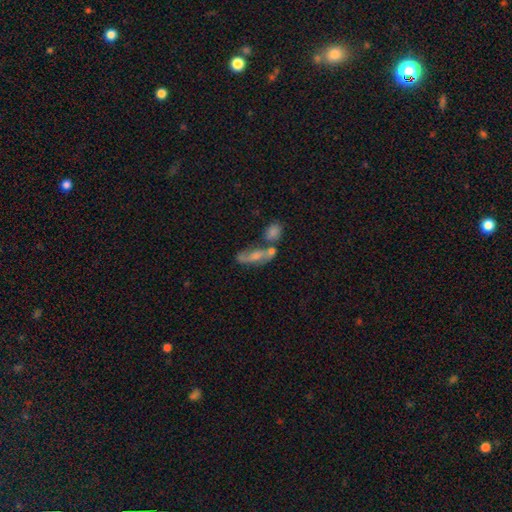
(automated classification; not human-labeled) This is possibly a featured or disk galaxy (50%). Merging: marginally none (38%).